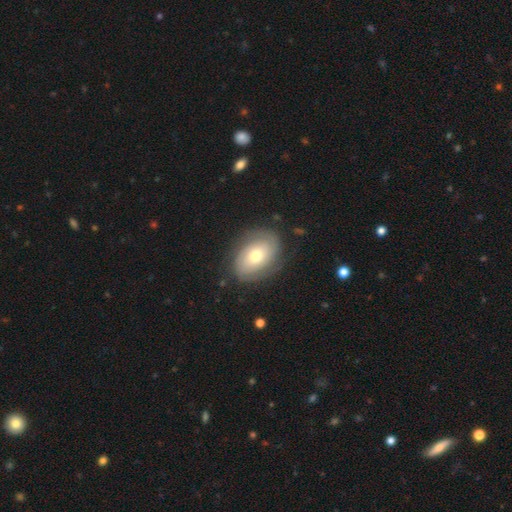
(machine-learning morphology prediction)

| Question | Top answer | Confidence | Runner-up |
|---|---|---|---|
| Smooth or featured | featured or disk | 57% | smooth (37%) |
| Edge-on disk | no | 95% | yes (5%) |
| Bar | no | 80% | weak (15%) |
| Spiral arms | yes | 74% | no (26%) |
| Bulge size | moderate | 68% | small (23%) |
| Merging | none | 78% | minor disturbance (15%) |